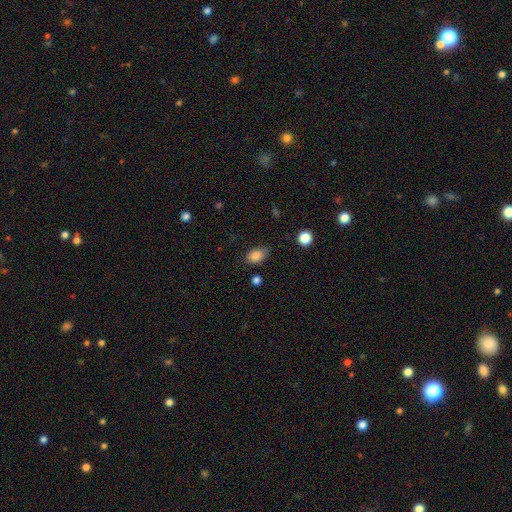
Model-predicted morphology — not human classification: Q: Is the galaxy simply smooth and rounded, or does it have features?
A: smooth — 85%.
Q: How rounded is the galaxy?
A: in between — 81%.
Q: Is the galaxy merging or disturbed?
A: none — 74%.